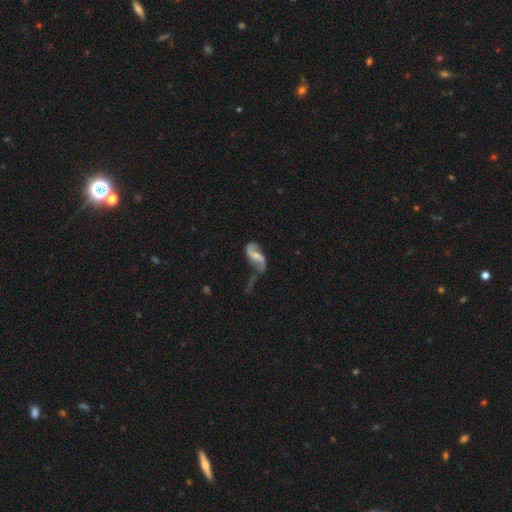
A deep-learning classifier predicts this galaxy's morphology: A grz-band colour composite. It shows a featured or disk galaxy (81%) with a weak bar (45%), 2 (90%) loose (78%) spiral arms (91%) and a small central bulge (48%). Merging: none (42%).